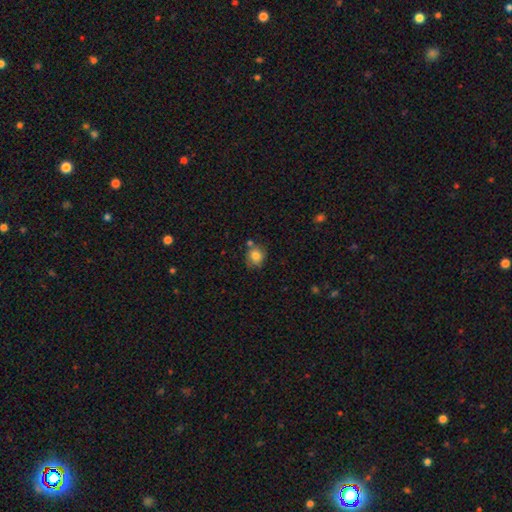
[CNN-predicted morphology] Smooth or featured? Predicted: smooth (p=0.81). How rounded? Predicted: round (p=0.79). Merging? Predicted: none (p=0.69).